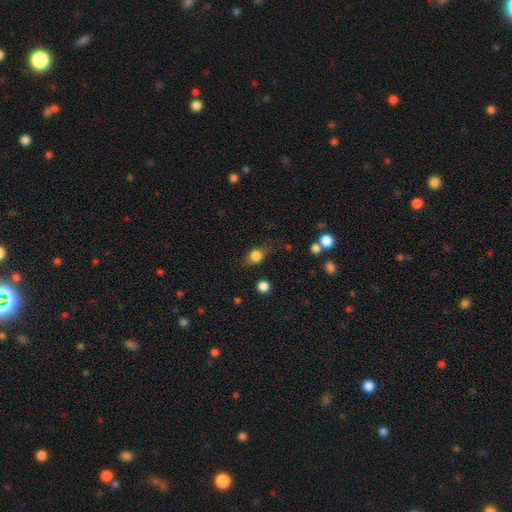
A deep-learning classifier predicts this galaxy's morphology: smooth_or_featured: smooth (p=0.82) [alt: star or artifact p=0.10]
how_rounded: in between (p=0.51) [alt: round p=0.46]
merging: none (p=0.72) [alt: minor disturbance p=0.19]